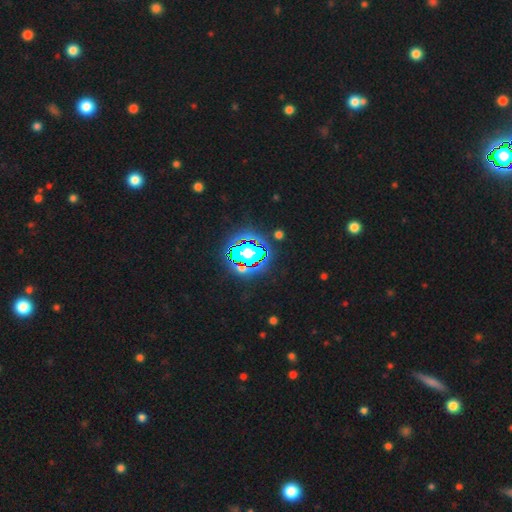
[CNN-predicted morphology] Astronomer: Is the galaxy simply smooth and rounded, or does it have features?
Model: star or artifact — 83%.